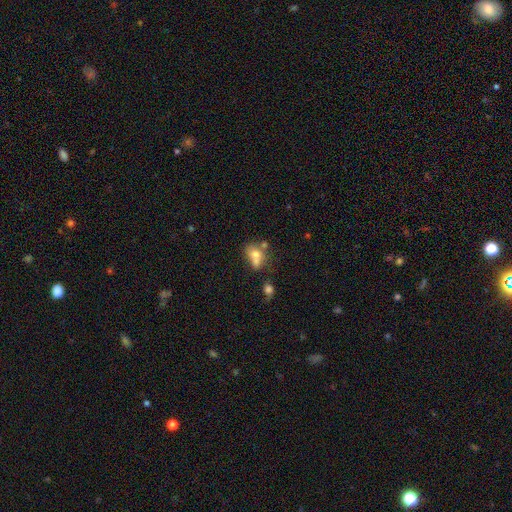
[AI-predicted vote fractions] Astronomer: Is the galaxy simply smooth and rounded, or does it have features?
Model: smooth — 67%.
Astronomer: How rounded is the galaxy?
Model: in between — 55% (runner-up: round, 43%).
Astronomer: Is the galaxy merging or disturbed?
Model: merger — 50% (runner-up: none, 28%).